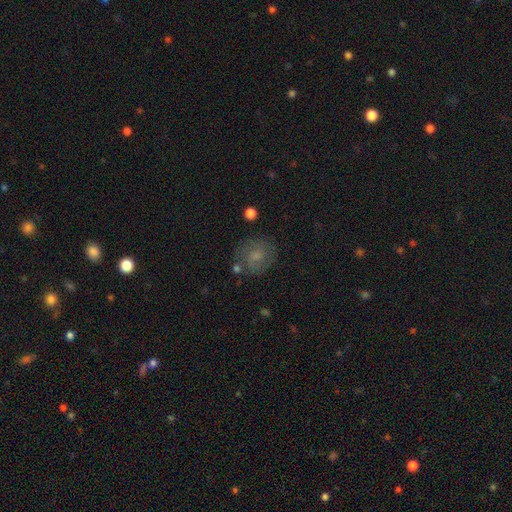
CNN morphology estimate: Smooth or featured: smooth — 57% (featured or disk — 32%)
How rounded: round — 77% (in between — 22%)
Merging: none — 72% (minor disturbance — 17%)